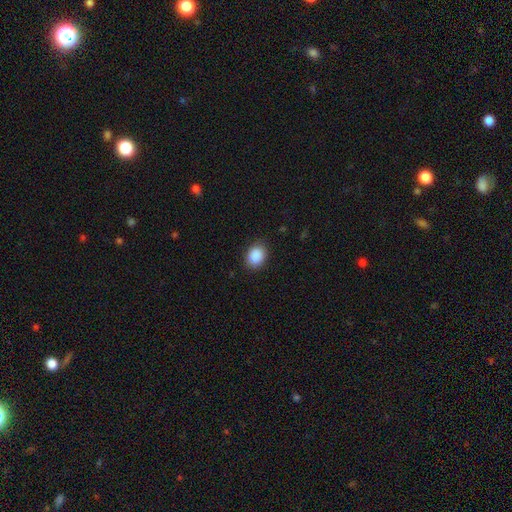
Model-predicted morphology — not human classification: smooth 89%, star or artifact 8%, featured or disk 3%. Down the decision tree: how rounded — in between (62%); merging — none (85%).